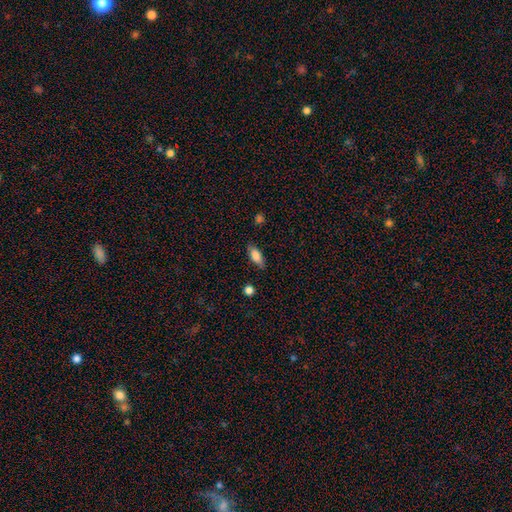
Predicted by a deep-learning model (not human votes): Smooth or featured: smooth — 81% (featured or disk — 11%)
How rounded: in between — 78% (cigar-shaped — 19%)
Merging: none — 81% (minor disturbance — 14%)